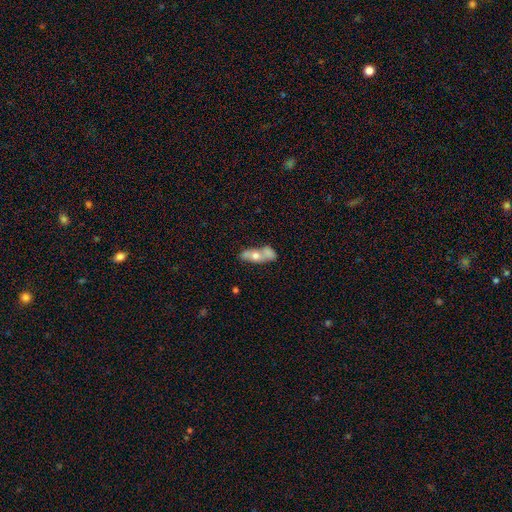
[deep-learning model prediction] Overall: smooth (51%; featured or disk 42%). How rounded: in between (69%). Merging: merger (45%; none 34%).